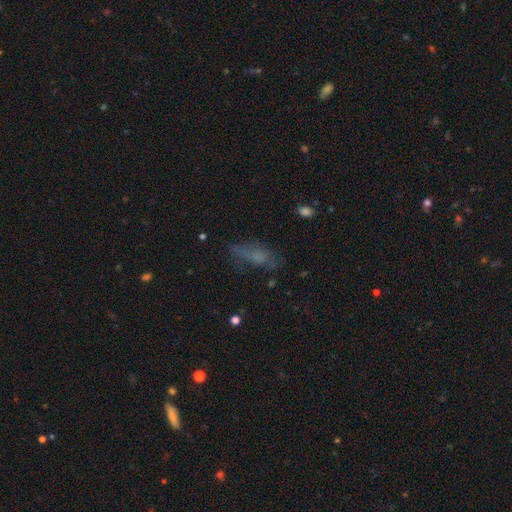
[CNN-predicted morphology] This appears to be a smooth galaxy with no disk features (53%) that is in between round and cigar-shaped (69%). Merging: none (57%).